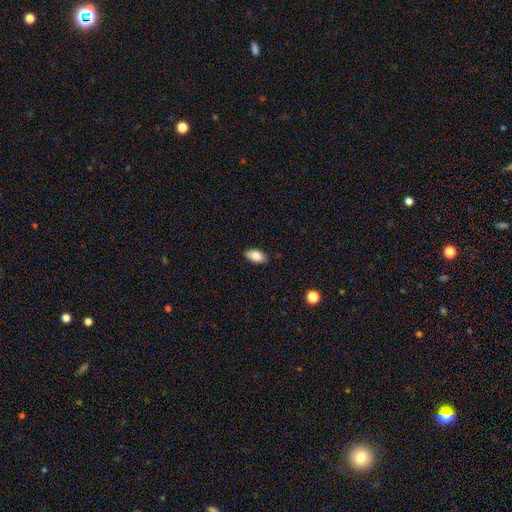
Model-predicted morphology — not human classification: This is clearly a smooth galaxy (87%). How rounded: clearly in between (93%). Merging: clearly none (86%).